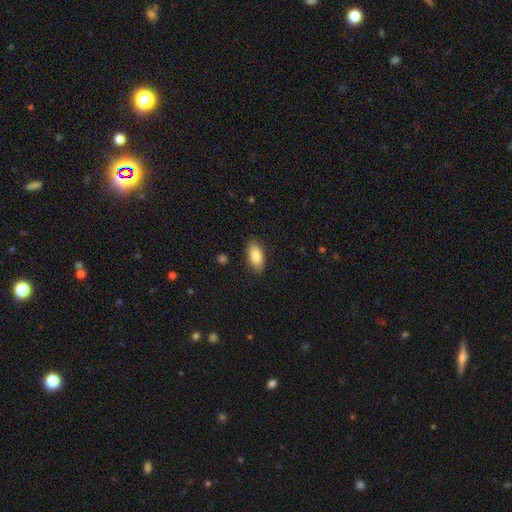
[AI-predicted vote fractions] Overall: smooth (86%). How rounded: in between (90%). Merging: none (87%).